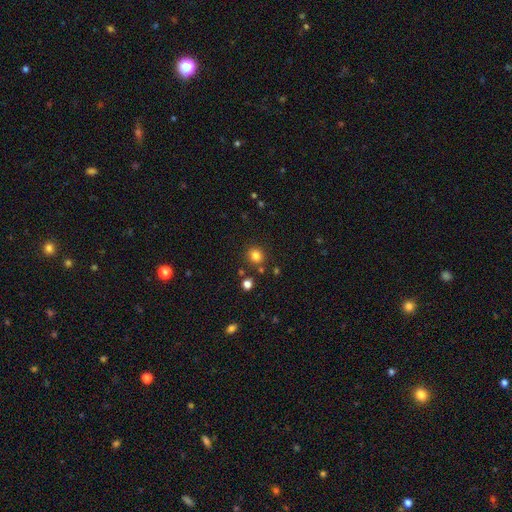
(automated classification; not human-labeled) Overall: smooth (81%). How rounded: round (86%). Merging: none (85%).